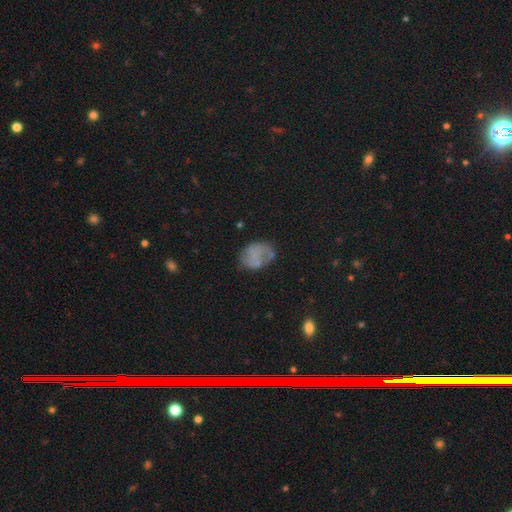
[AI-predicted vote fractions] Smooth or featured?
  - smooth: 53% *
  - featured or disk: 35%
  - star or artifact: 12%
How rounded?
  - in between: 67% *
  - round: 32%
  - cigar-shaped: 1%
Merging?
  - none: 52% *
  - minor disturbance: 26%
  - major disturbance: 16%
  - merger: 6%